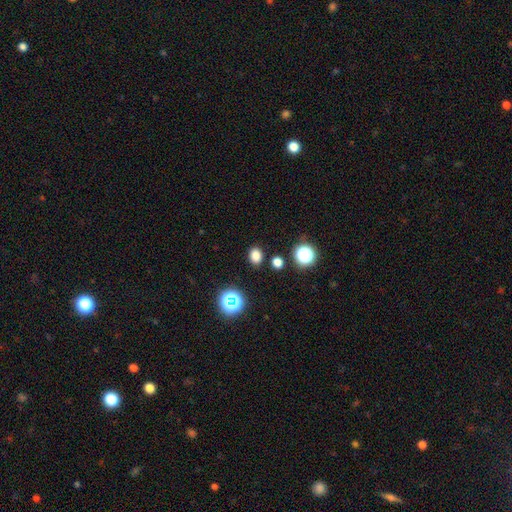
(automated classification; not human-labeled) smooth-or-featured: smooth: 79% | star or artifact: 17% | featured or disk: 5%
  how-rounded: in between: 52% | round: 47% | cigar-shaped: 1%
  merging: none: 86% | minor disturbance: 8% | merger: 3% | major disturbance: 3%